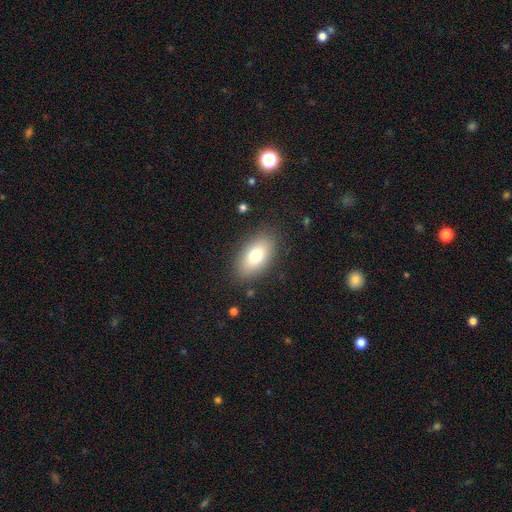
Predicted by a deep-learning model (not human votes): Q: Smooth or featured?
A: smooth (76%); runner-up: featured or disk (15%)
Q: How rounded?
A: in between (91%); runner-up: round (6%)
Q: Merging?
A: none (85%); runner-up: minor disturbance (11%)